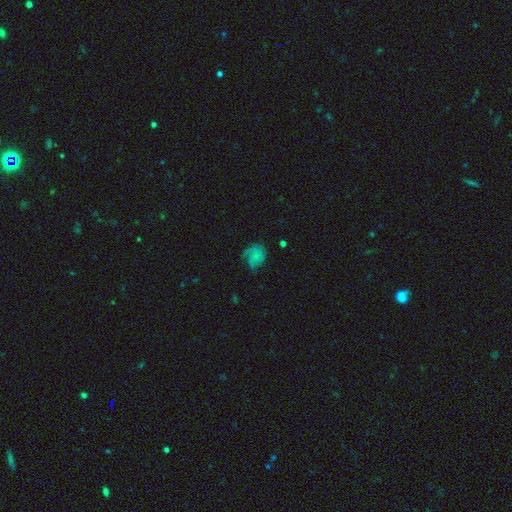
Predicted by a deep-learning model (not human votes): This is possibly a smooth galaxy (52%). How rounded: possibly round (56%). Merging: possibly none (49%).